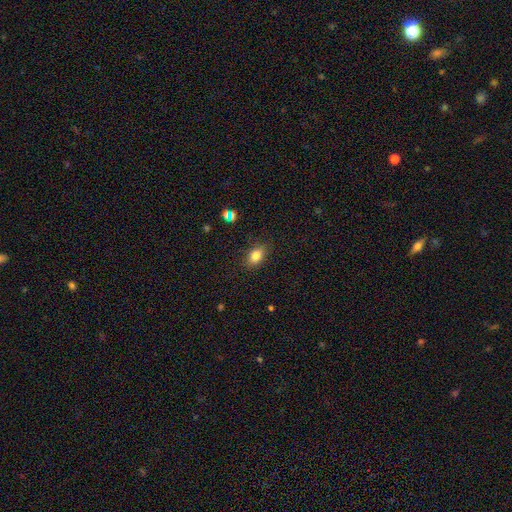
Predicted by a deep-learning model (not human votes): smooth 82%, star or artifact 10%, featured or disk 8%. Down the decision tree: how rounded — in between (80%); merging — none (85%).